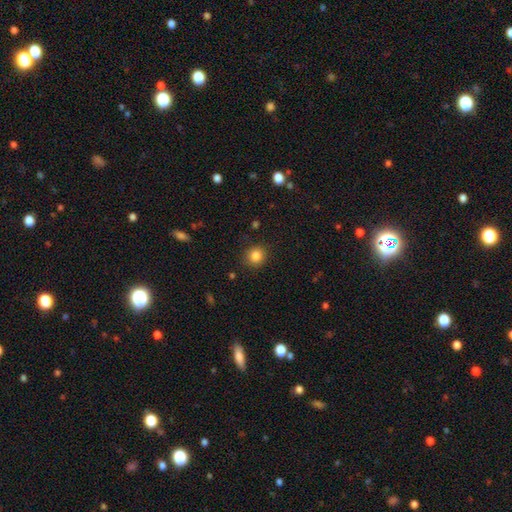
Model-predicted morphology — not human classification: Smooth or featured?
  - smooth: 84% *
  - star or artifact: 11%
  - featured or disk: 5%
How rounded?
  - round: 86% *
  - in between: 14%
  - cigar-shaped: 1%
Merging?
  - none: 88% *
  - minor disturbance: 8%
  - major disturbance: 2%
  - merger: 1%